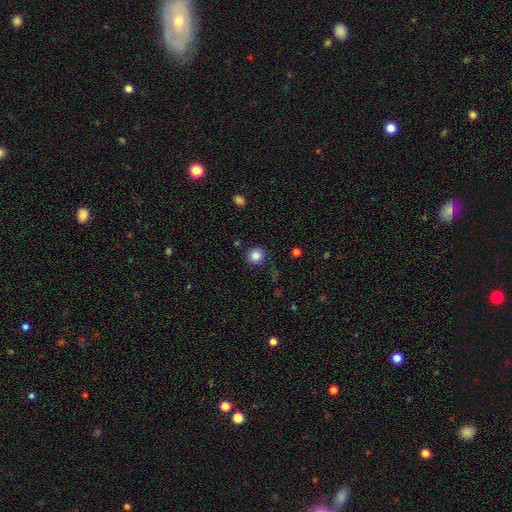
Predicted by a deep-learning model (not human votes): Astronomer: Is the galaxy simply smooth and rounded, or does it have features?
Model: smooth — 84%.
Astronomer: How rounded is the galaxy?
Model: round — 92%.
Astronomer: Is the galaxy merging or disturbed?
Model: none — 86%.